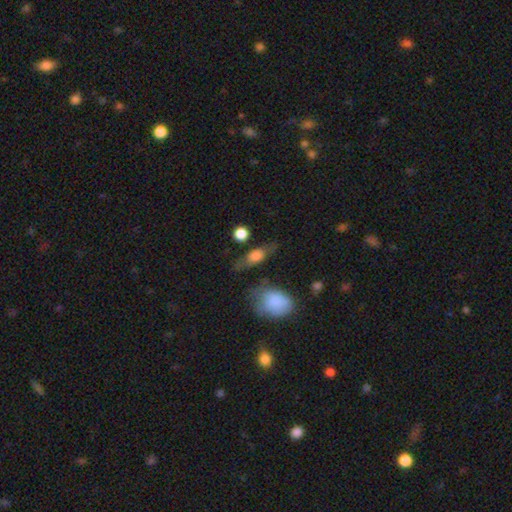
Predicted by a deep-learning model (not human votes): smooth_or_featured: smooth (p=0.63) [alt: featured or disk p=0.28]
how_rounded: in between (p=0.59) [alt: cigar-shaped p=0.27]
merging: none (p=0.69) [alt: minor disturbance p=0.18]